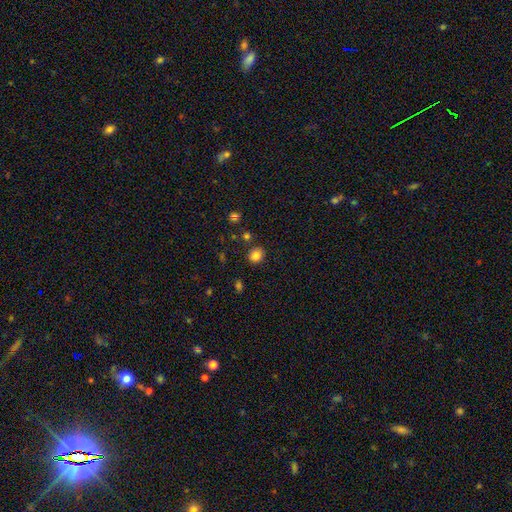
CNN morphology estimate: Smooth or featured? Predicted: smooth (p=0.82). How rounded? Predicted: round (p=0.78). Merging? Predicted: none (p=0.84).